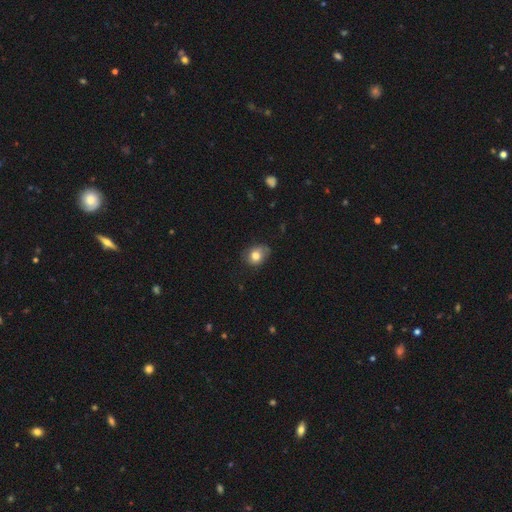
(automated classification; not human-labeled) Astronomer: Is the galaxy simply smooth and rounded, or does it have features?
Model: smooth — 79%.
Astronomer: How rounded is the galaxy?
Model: round — 50% (runner-up: in between, 49%).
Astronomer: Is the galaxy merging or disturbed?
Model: none — 62%.